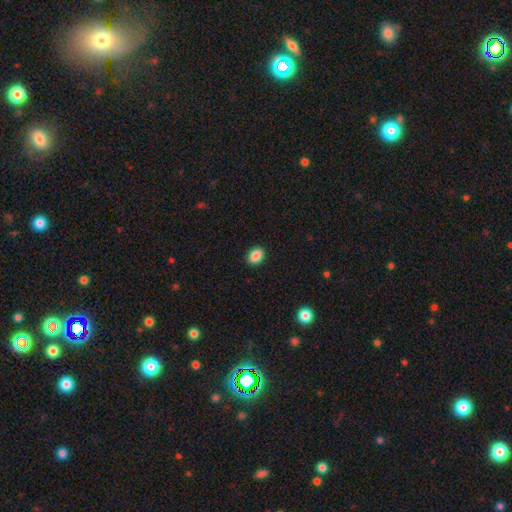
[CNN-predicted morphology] smooth_or_featured: smooth (p=0.88) [alt: star or artifact p=0.09]
how_rounded: in between (p=0.66) [alt: round p=0.33]
merging: none (p=0.91) [alt: minor disturbance p=0.06]